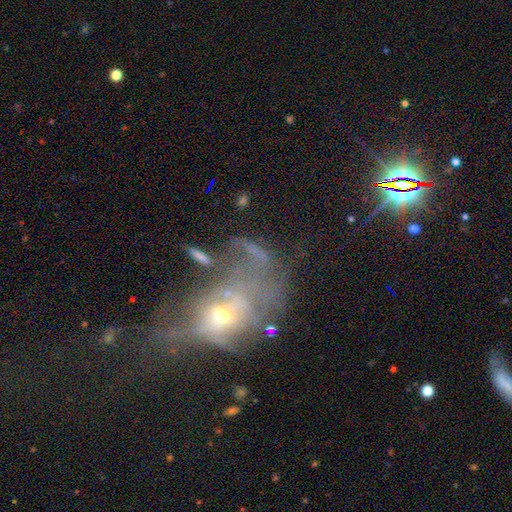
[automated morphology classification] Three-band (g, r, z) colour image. It shows a featured or disk galaxy (49%). Merging: major disturbance (49%).